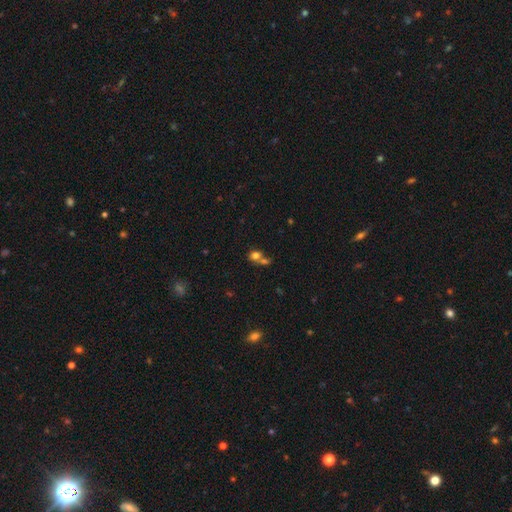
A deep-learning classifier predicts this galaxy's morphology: smooth-or-featured: smooth: 73% | star or artifact: 15% | featured or disk: 11%
  how-rounded: round: 72% | in between: 27% | cigar-shaped: 1%
  merging: merger: 46% | none: 40% | minor disturbance: 9% | major disturbance: 5%